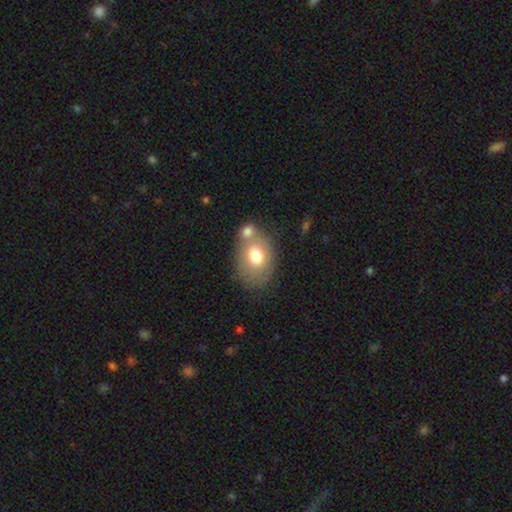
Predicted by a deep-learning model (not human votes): This is likely a smooth galaxy (72%). How rounded: likely in between (72%). Merging: possibly none (48%).